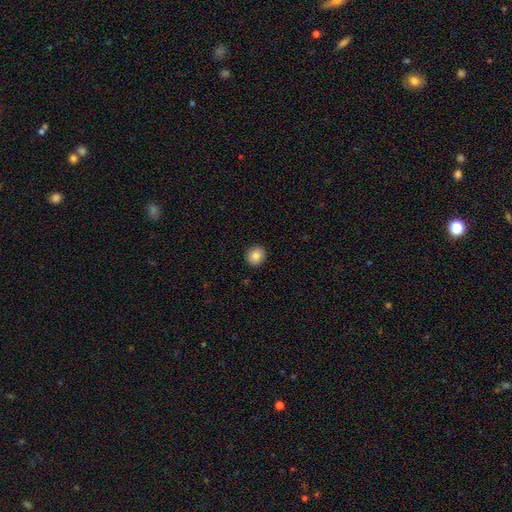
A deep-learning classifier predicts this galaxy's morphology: This appears to be a smooth galaxy with no disk features (84%) that is round (84%). Merging: none (92%).